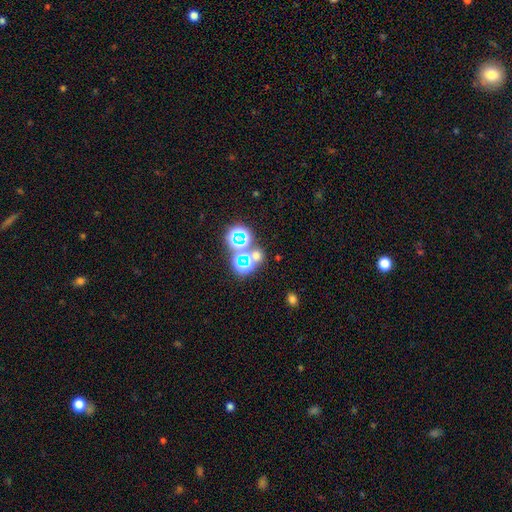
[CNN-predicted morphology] Overall: star or artifact (55%; smooth 36%).